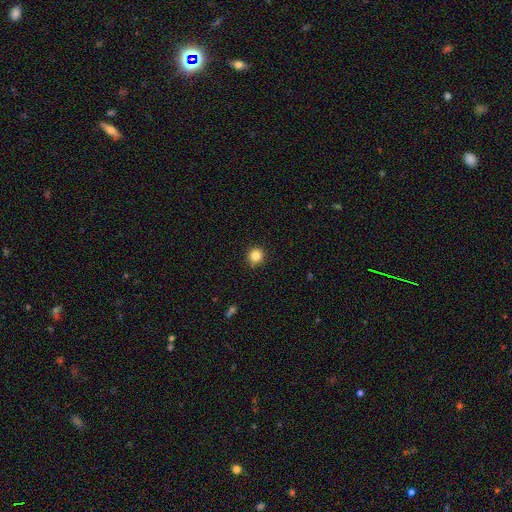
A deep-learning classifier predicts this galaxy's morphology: type=smooth (84%); roundness=round (94%); merging=none (88%).